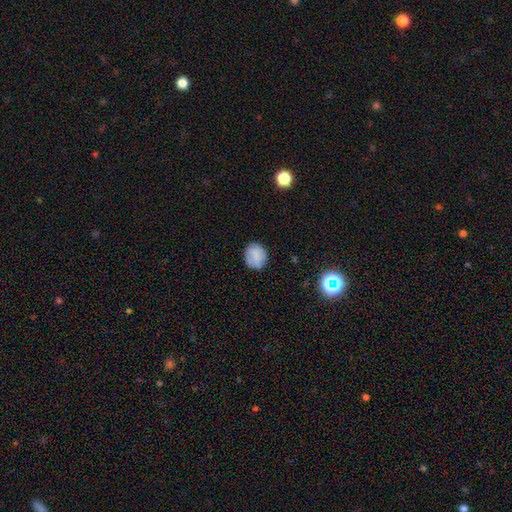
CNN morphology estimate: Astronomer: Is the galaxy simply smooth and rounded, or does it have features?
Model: smooth — 82%.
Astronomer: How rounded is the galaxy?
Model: round — 78%.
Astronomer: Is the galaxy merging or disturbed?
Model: none — 82%.